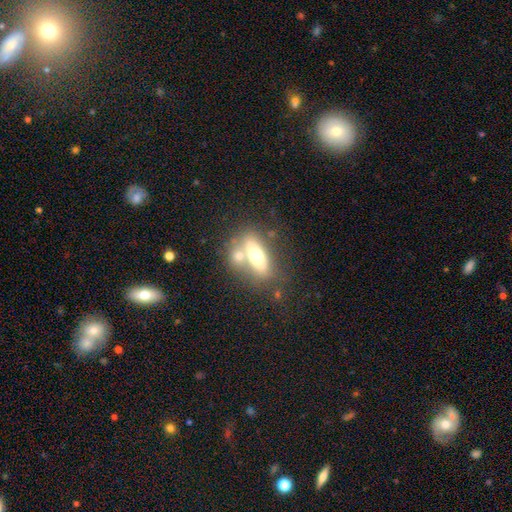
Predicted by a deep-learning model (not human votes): smooth_or_featured: smooth (p=0.60) [alt: featured or disk p=0.32]
how_rounded: in between (p=0.70) [alt: cigar-shaped p=0.25]
merging: none (p=0.44) [alt: merger p=0.38]